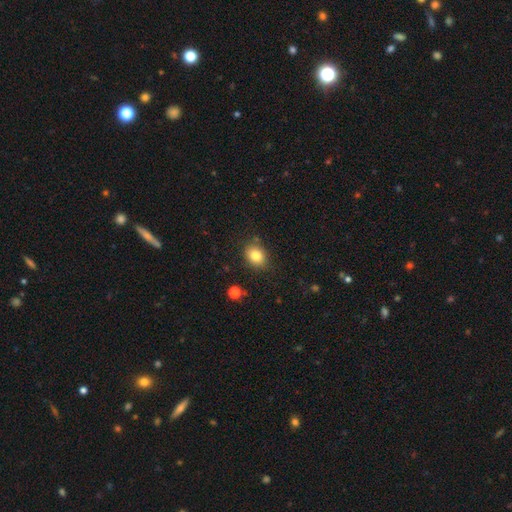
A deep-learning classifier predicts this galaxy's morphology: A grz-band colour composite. It shows a smooth galaxy with no disk features (82%) that is in between round and cigar-shaped (52%). Merging: none (81%).